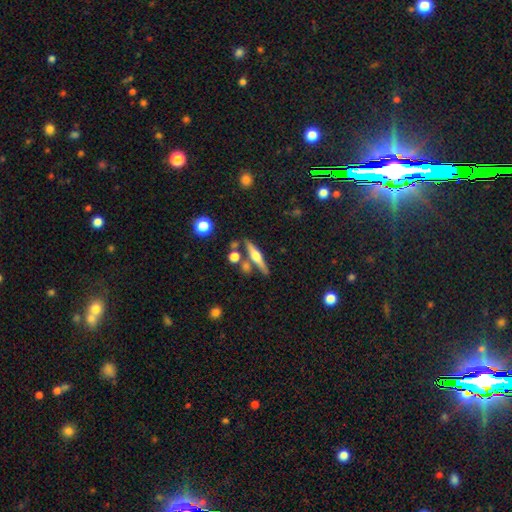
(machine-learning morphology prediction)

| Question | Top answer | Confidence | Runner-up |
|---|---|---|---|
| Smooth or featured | featured or disk | 62% | smooth (31%) |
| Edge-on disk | yes | 96% | no (4%) |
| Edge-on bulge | rounded | 89% | boxy (6%) |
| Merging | none | 76% | merger (11%) |